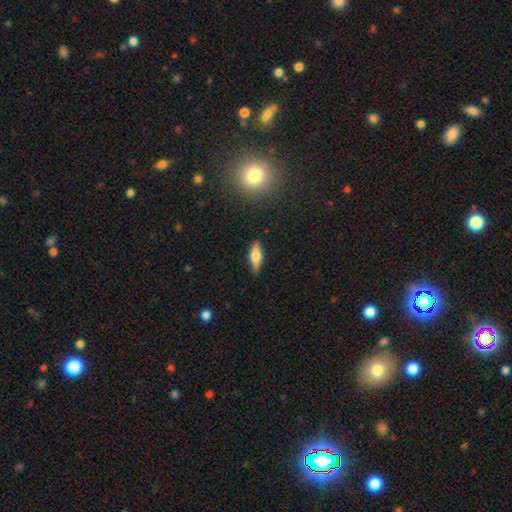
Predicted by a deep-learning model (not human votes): smooth 66%, featured or disk 27%, star or artifact 7%. Down the decision tree: how rounded — in between (50%); merging — none (83%).